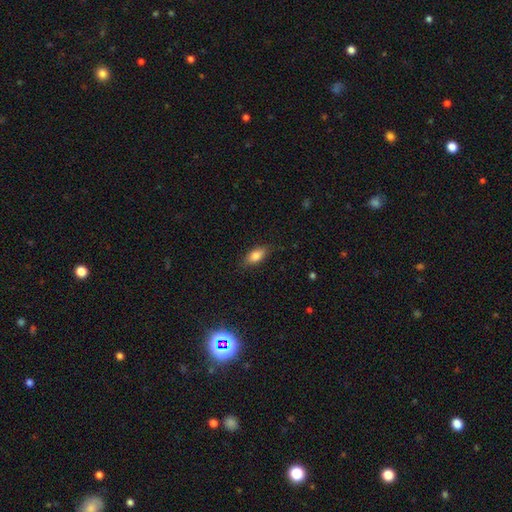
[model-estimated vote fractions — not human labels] Smooth or featured? Predicted: smooth (p=0.82). How rounded? Predicted: in between (p=0.84). Merging? Predicted: none (p=0.82).